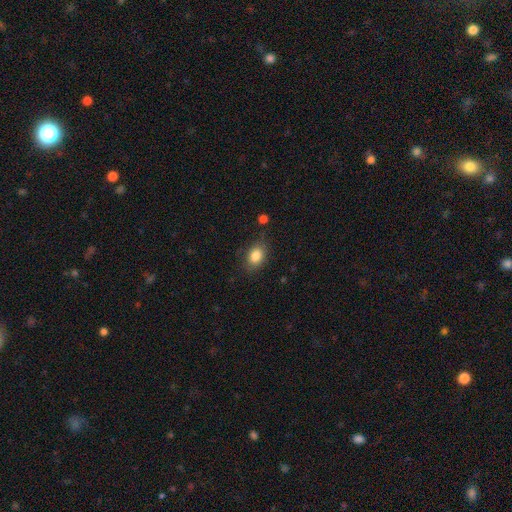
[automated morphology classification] A smooth galaxy with no disk features (84%) that is in between round and cigar-shaped (76%). Merging: none (77%).